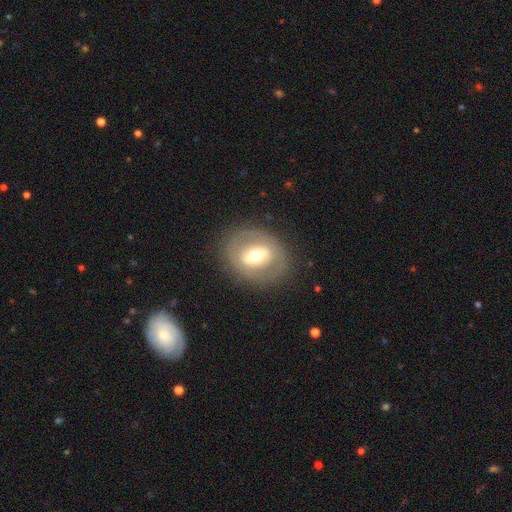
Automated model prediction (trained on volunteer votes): Smooth or featured? Predicted: featured or disk (p=0.53). Edge-on disk? Predicted: no (p=0.92). Merging? Predicted: none (p=0.81).